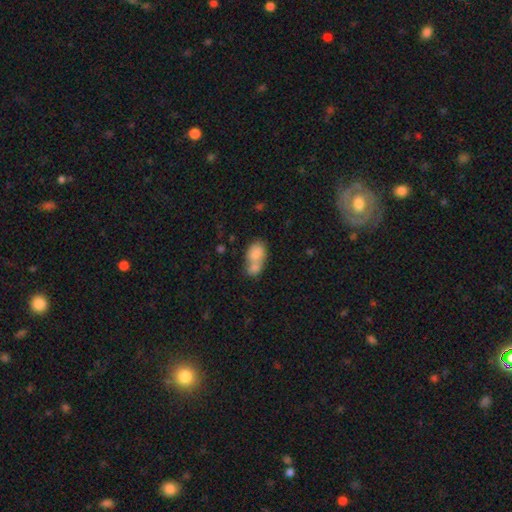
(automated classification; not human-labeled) Morphology: type=smooth (78%); roundness=in between (76%); merging=merger (66%).